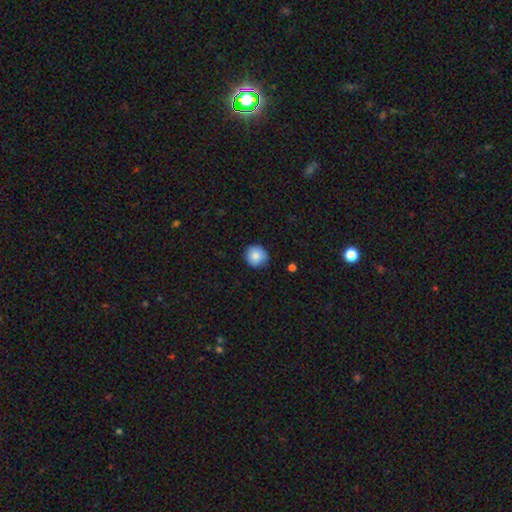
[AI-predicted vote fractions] This appears to be a smooth galaxy with no disk features (85%) that is round (92%). Merging: none (81%).